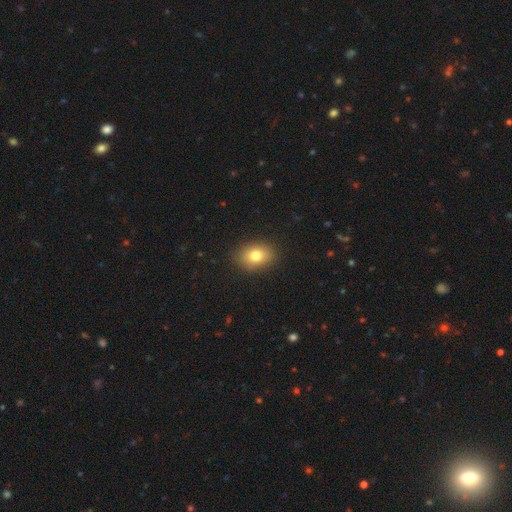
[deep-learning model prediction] smooth 79%, featured or disk 11%, star or artifact 10%. Down the decision tree: how rounded — in between (69%); merging — none (89%).